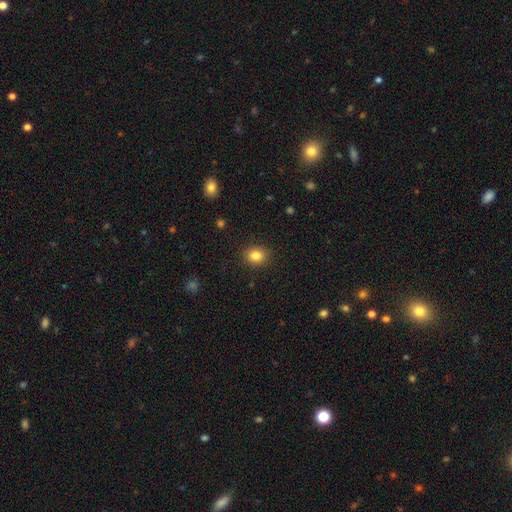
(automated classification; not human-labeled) Morphology: type=smooth (84%); roundness=round (63%); merging=none (89%).